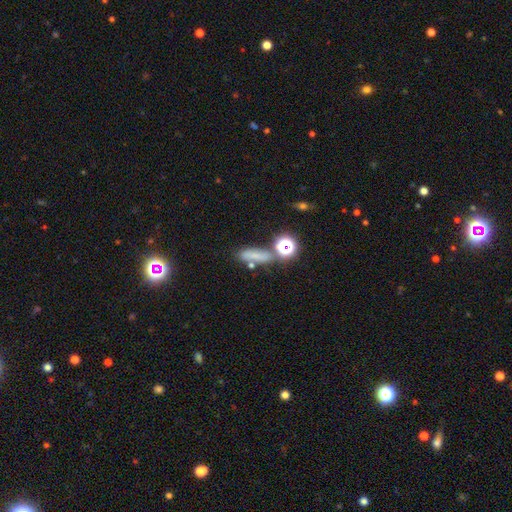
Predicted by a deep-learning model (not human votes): smooth_or_featured: smooth (p=0.61) [alt: star or artifact p=0.24]
how_rounded: cigar-shaped (p=0.43) [alt: in between p=0.38]
merging: none (p=0.60) [alt: merger p=0.17]